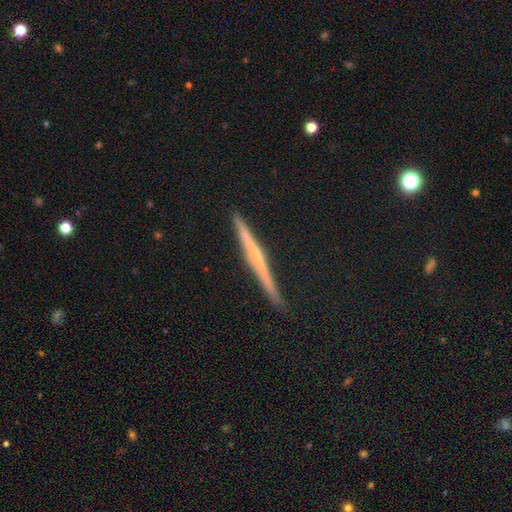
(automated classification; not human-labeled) Smooth or featured?
  - featured or disk: 62% *
  - smooth: 28%
  - star or artifact: 10%
Edge-on disk?
  - yes: 98% *
  - no: 2%
Edge-on bulge?
  - none: 60% *
  - rounded: 31%
  - boxy: 8%
Merging?
  - none: 90% *
  - minor disturbance: 8%
  - major disturbance: 1%
  - merger: 1%